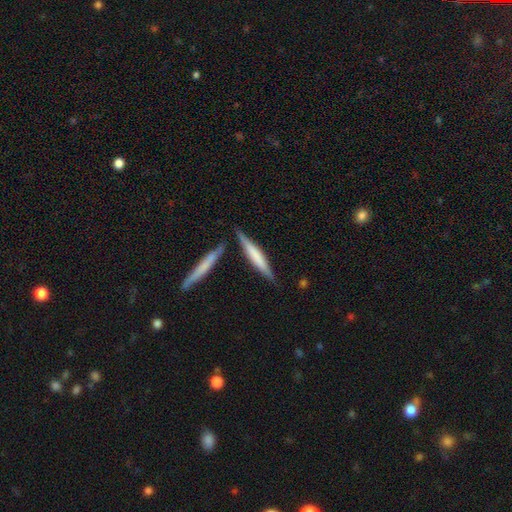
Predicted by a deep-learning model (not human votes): smooth 52%, featured or disk 43%, star or artifact 5%. Down the decision tree: how rounded — cigar-shaped (93%); merging — none (76%).